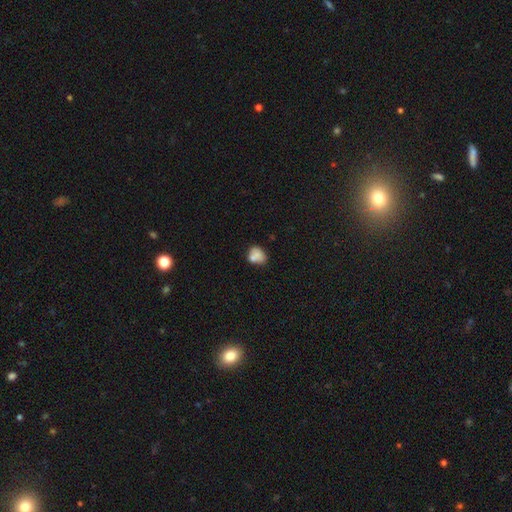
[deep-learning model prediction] Smooth or featured?
  - smooth: 76% *
  - featured or disk: 14%
  - star or artifact: 9%
How rounded?
  - in between: 51% *
  - round: 47%
  - cigar-shaped: 1%
Merging?
  - none: 45% *
  - merger: 30%
  - minor disturbance: 19%
  - major disturbance: 6%